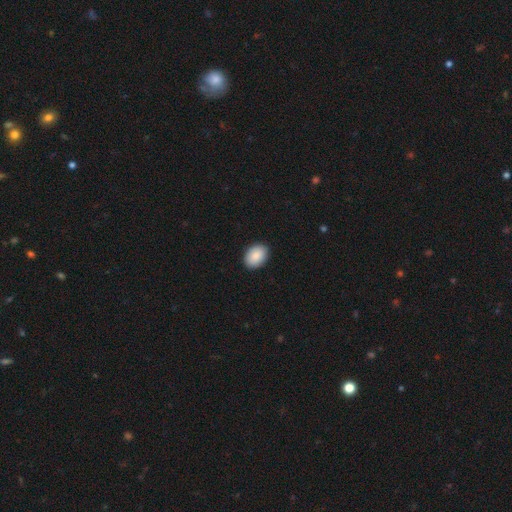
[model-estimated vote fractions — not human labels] Smooth or featured?
  - smooth: 90% *
  - star or artifact: 6%
  - featured or disk: 4%
How rounded?
  - in between: 80% *
  - round: 19%
  - cigar-shaped: 1%
Merging?
  - none: 90% *
  - minor disturbance: 7%
  - major disturbance: 2%
  - merger: 1%